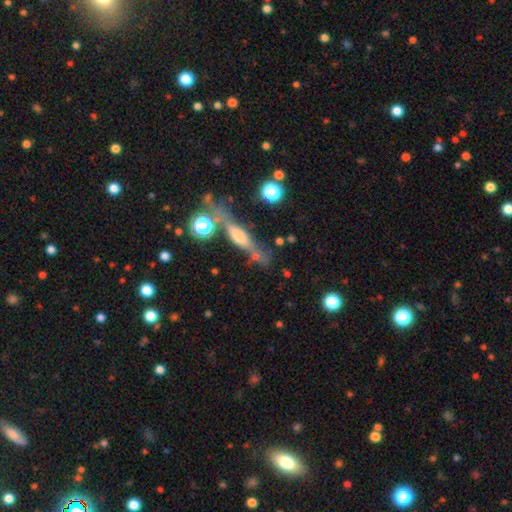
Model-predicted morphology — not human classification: smooth_or_featured: featured or disk (p=0.54) [alt: smooth p=0.33]
disk_edge_on: yes (p=0.86) [alt: no p=0.14]
merging: none (p=0.63) [alt: minor disturbance p=0.16]